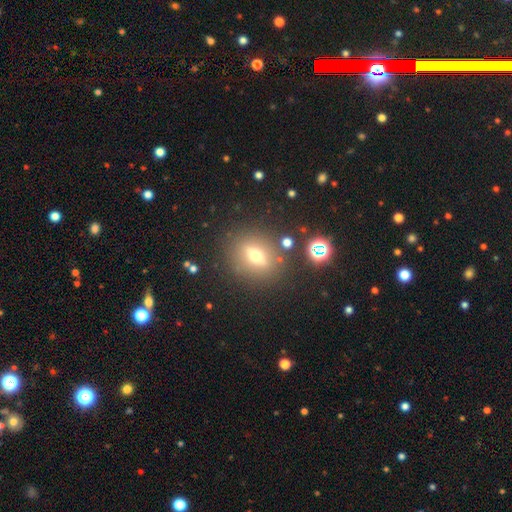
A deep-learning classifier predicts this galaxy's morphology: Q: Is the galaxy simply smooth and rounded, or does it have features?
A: smooth — 48%.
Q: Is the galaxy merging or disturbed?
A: none — 83%.